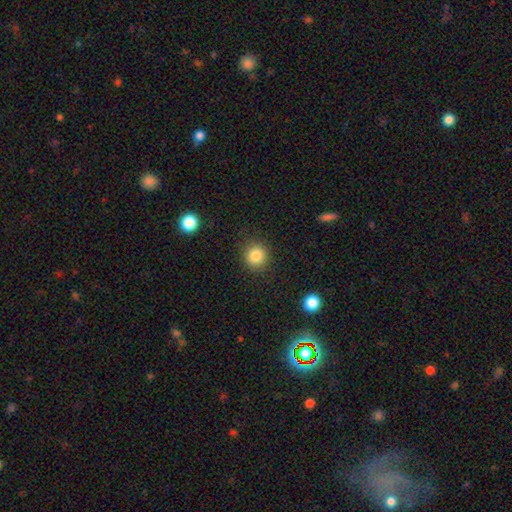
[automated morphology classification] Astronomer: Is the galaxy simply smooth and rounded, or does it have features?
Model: smooth — 84%.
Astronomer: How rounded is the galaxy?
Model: round — 91%.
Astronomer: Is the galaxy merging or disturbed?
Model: none — 89%.